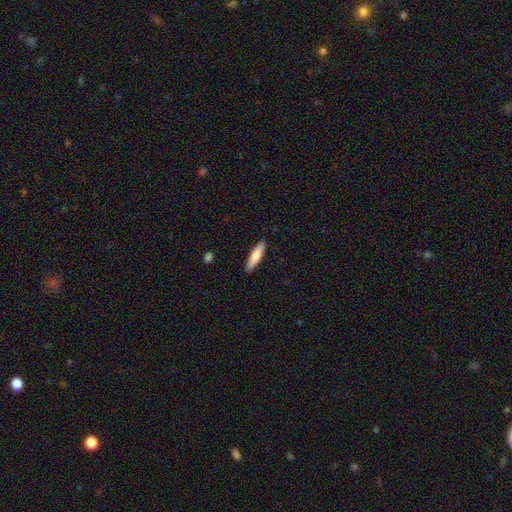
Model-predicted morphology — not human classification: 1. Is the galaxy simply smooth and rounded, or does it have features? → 73% smooth, 21% featured or disk, 6% star or artifact.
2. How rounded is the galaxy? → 78% cigar-shaped, 20% in between, 1% round.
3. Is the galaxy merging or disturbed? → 90% none, 7% minor disturbance, 2% major disturbance, 1% merger.